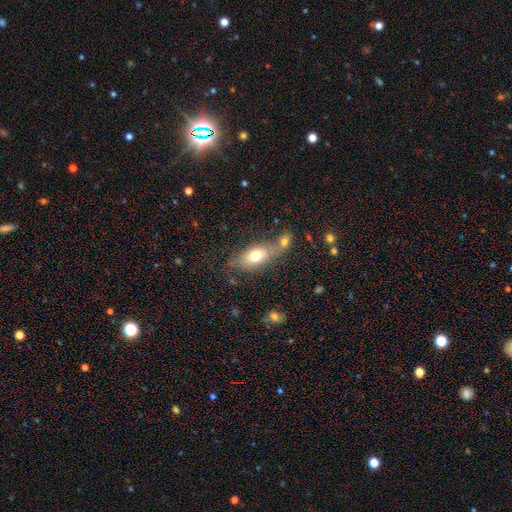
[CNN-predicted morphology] smooth-or-featured: smooth: 71% | featured or disk: 22% | star or artifact: 8%
  how-rounded: in between: 84% | round: 8% | cigar-shaped: 8%
  merging: none: 43% | merger: 35% | minor disturbance: 15% | major disturbance: 7%